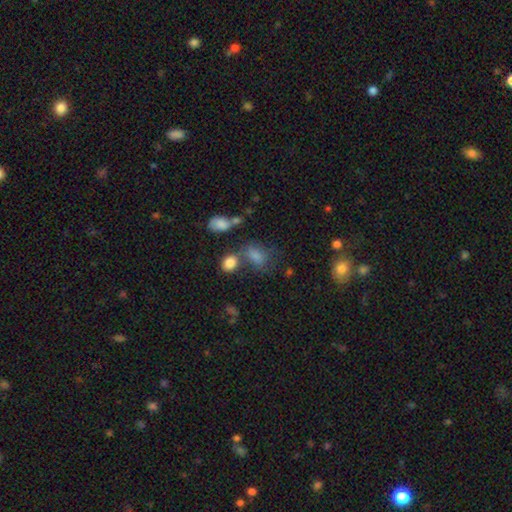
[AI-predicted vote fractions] The model was most divided on "merging": none: 49%, minor disturbance: 20%, merger: 19%, major disturbance: 12%. More confident: smooth or featured — smooth (71%); how rounded — in between (71%).